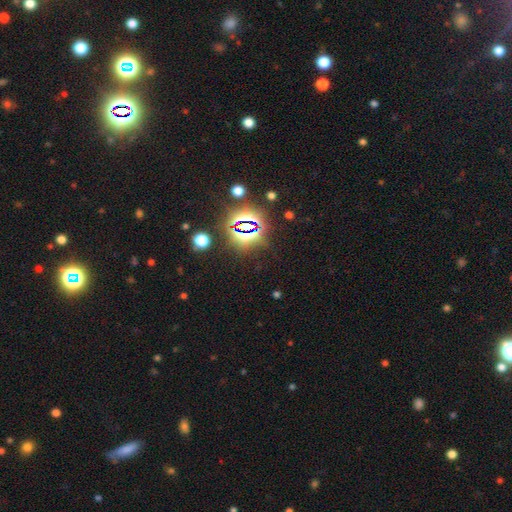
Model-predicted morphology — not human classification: smooth-or-featured: star or artifact: 82% | smooth: 11% | featured or disk: 7%